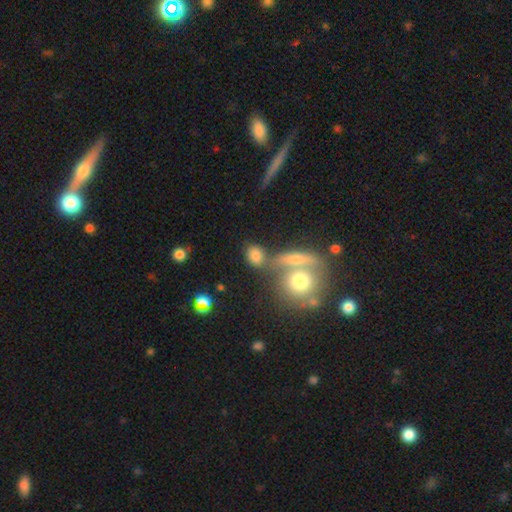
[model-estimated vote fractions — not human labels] A smooth galaxy with no disk features (76%) that is in between round and cigar-shaped (51%).

Vote fractions:
- Smooth or featured? smooth: 76% / featured or disk: 12% / star or artifact: 11%
- How rounded? in between: 51% / round: 45% / cigar-shaped: 5%
- Merging? none: 56% / merger: 24% / minor disturbance: 13% / major disturbance: 6%